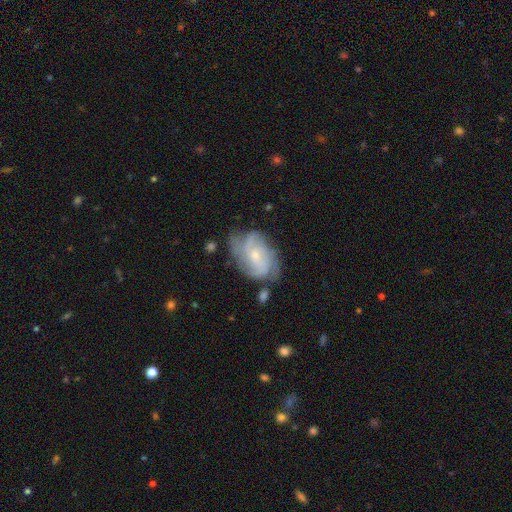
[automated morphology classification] Overall: featured or disk (79%). Edge-on disk: no (97%). Bar: no (65%; weak 28%). Spiral arms: yes (93%). Spiral arm count: 3 (27%, tied with can't tell). Spiral winding: tight (48%; medium 38%). Bulge size: small (67%; moderate 30%). Merging: none (65%).